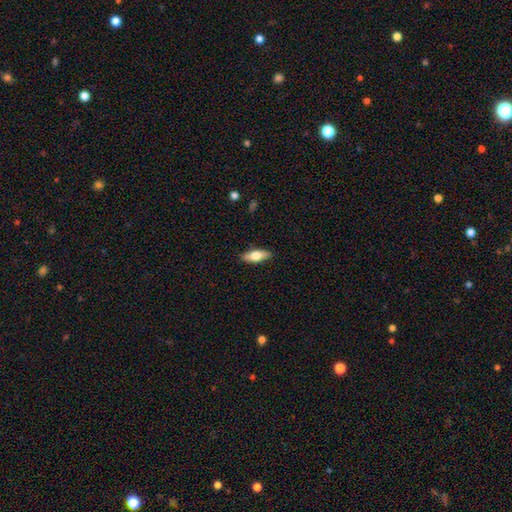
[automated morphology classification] smooth_or_featured: smooth (p=0.68) [alt: featured or disk p=0.26]
how_rounded: in between (p=0.68) [alt: cigar-shaped p=0.30]
merging: none (p=0.88) [alt: minor disturbance p=0.09]